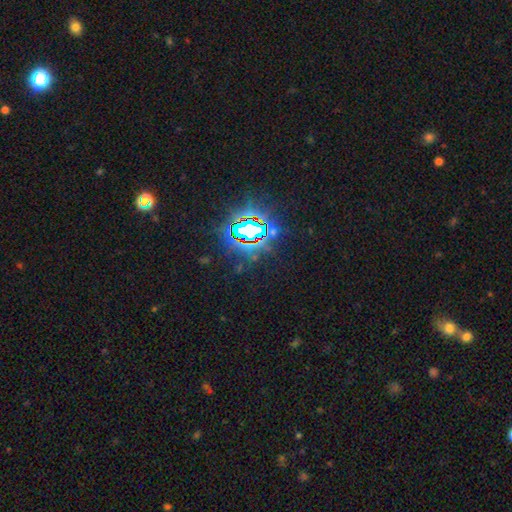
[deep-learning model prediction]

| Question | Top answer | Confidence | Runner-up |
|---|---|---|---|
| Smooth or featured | star or artifact | 85% | smooth (9%) |